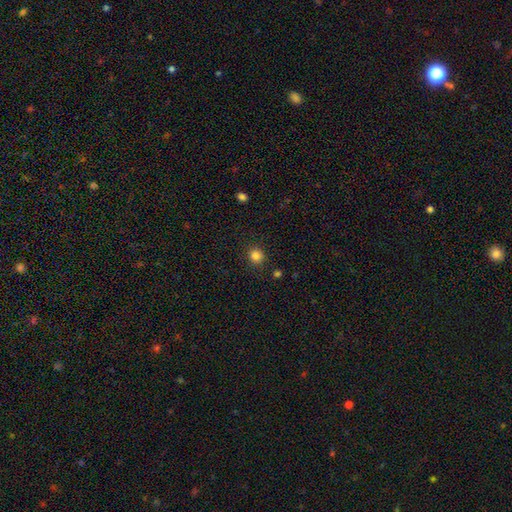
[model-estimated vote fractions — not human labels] A smooth galaxy with no disk features (84%) that is round (90%).

Vote fractions:
- Smooth or featured? smooth: 84% / star or artifact: 12% / featured or disk: 4%
- How rounded? round: 90% / in between: 9% / cigar-shaped: 1%
- Merging? none: 88% / minor disturbance: 7% / major disturbance: 3% / merger: 2%